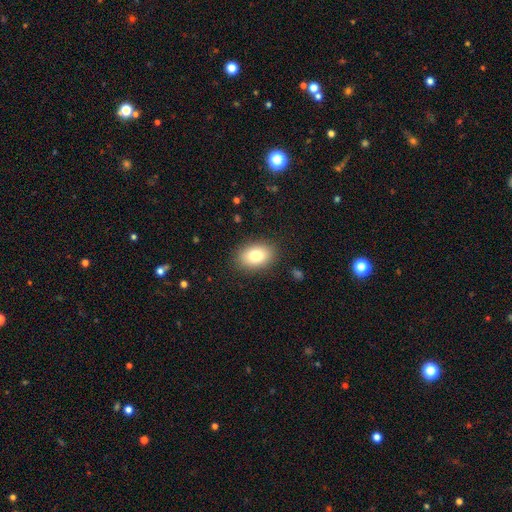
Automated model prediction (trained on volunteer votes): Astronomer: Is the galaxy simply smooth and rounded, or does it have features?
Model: smooth — 82%.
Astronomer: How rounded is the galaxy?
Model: in between — 84%.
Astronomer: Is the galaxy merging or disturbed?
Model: none — 87%.